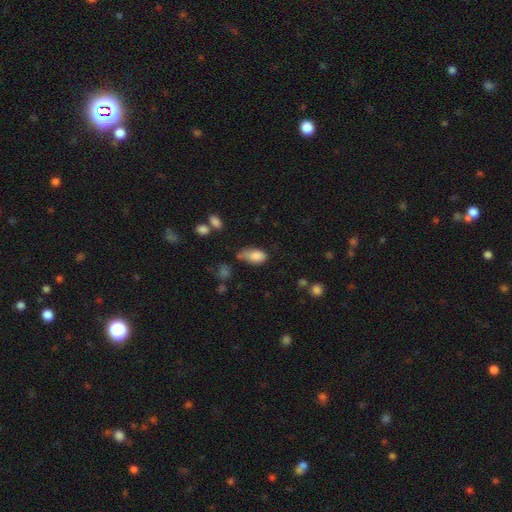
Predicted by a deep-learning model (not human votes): Morphology: type=smooth (83%); roundness=in between (90%); merging=minor disturbance (39%).